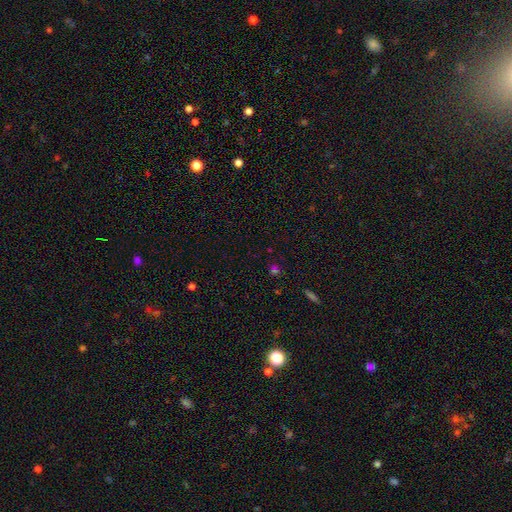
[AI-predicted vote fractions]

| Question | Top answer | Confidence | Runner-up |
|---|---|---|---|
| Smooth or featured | star or artifact | 47% | smooth (46%) |